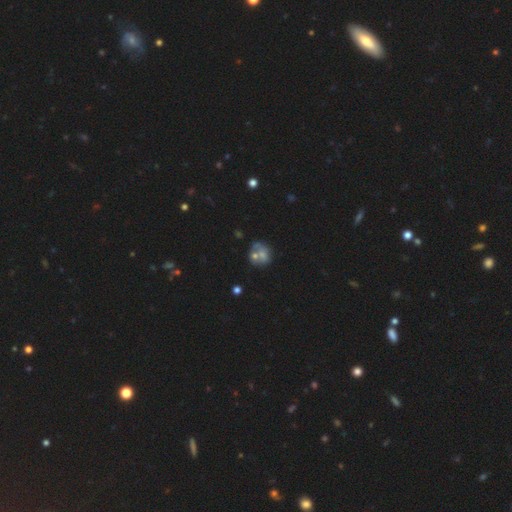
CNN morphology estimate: Smooth or featured: smooth — 45% (featured or disk — 34%)
Merging: none — 39% (merger — 33%)